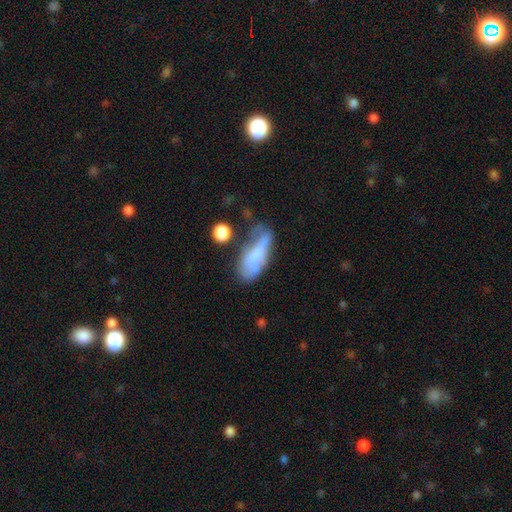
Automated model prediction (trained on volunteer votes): smooth-or-featured: smooth: 63% | featured or disk: 28% | star or artifact: 9%
  how-rounded: in between: 67% | cigar-shaped: 30% | round: 3%
  merging: none: 35% | minor disturbance: 32% | major disturbance: 22% | merger: 11%